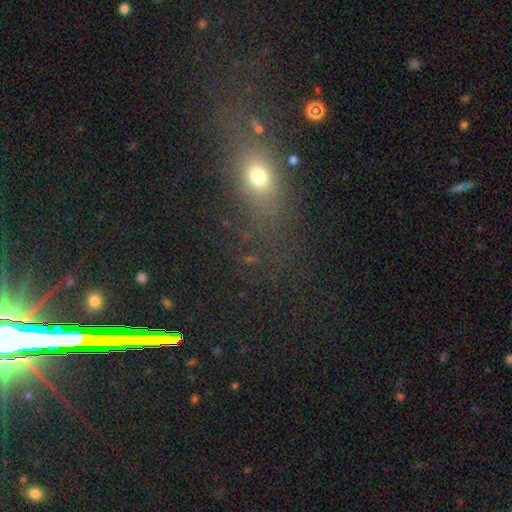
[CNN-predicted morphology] Smooth or featured? smooth (48%)
Merging? none (68%)